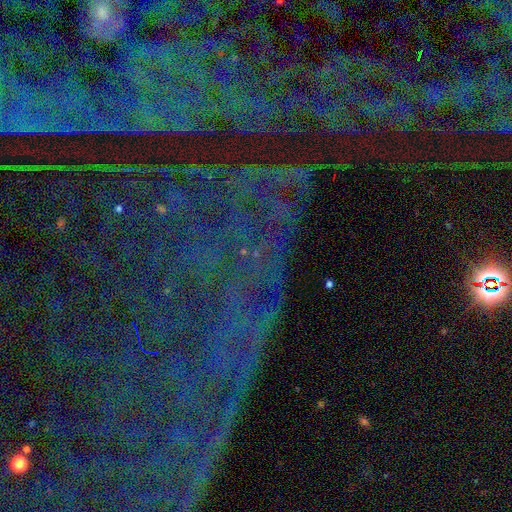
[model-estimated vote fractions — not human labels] Overall: star or artifact (82%).